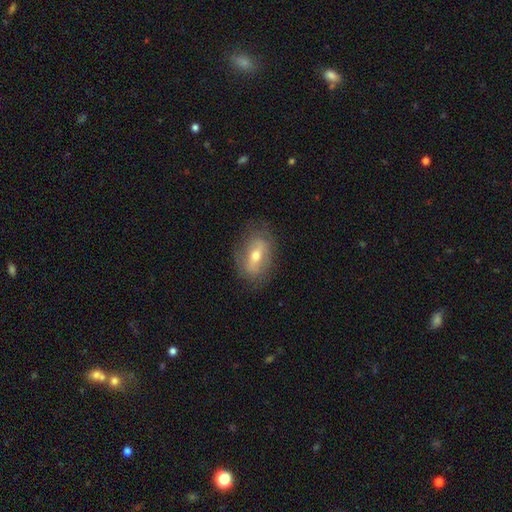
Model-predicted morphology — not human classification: This appears to be a featured or disk galaxy (52%). Merging: none (77%).